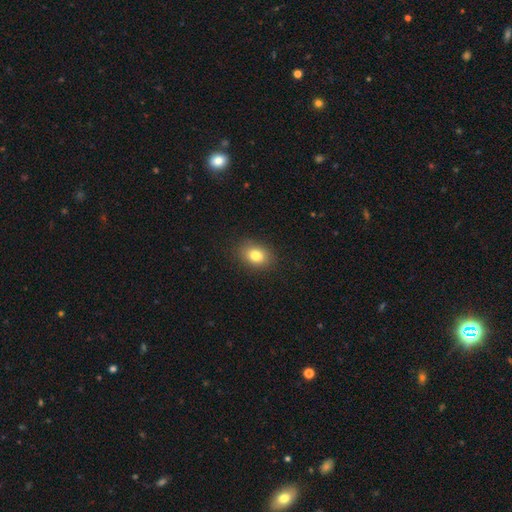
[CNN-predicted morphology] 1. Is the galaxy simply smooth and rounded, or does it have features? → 81% smooth, 10% star or artifact, 9% featured or disk.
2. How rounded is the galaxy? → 69% in between, 30% round, 1% cigar-shaped.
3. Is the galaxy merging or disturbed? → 88% none, 9% minor disturbance, 3% major disturbance, 1% merger.